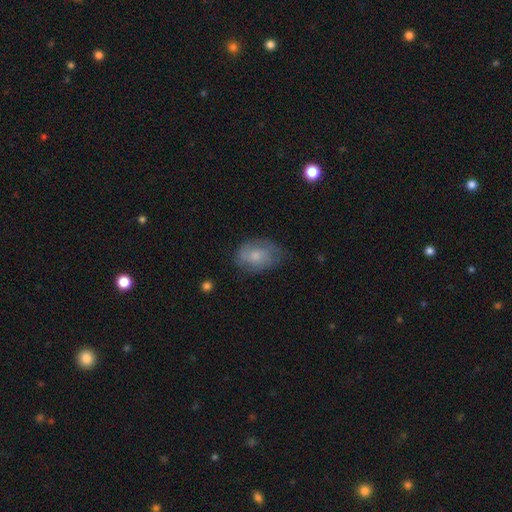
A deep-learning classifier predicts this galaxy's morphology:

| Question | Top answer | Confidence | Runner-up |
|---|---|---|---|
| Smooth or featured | smooth | 56% | featured or disk (36%) |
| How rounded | in between | 74% | round (25%) |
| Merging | none | 59% | minor disturbance (28%) |